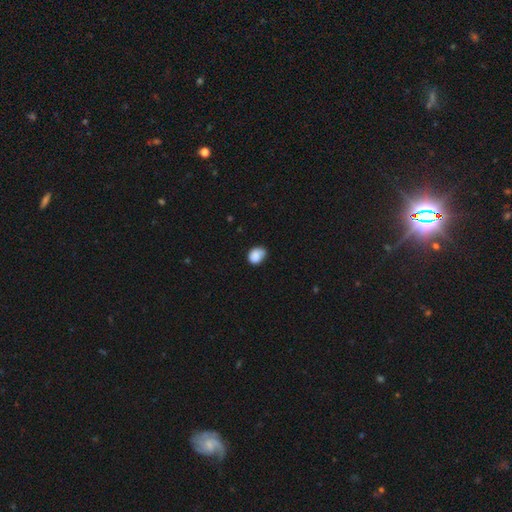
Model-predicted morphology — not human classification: type=smooth (86%); roundness=in between (56%); merging=none (58%).